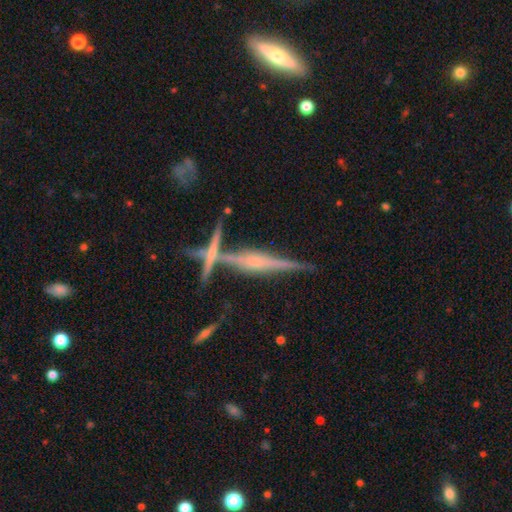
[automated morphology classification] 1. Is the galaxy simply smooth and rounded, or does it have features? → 78% featured or disk, 13% smooth, 10% star or artifact.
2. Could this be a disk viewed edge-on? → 97% yes, 3% no.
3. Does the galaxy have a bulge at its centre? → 64% rounded, 18% none, 17% boxy.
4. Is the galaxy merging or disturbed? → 73% none, 12% merger, 12% minor disturbance, 3% major disturbance.